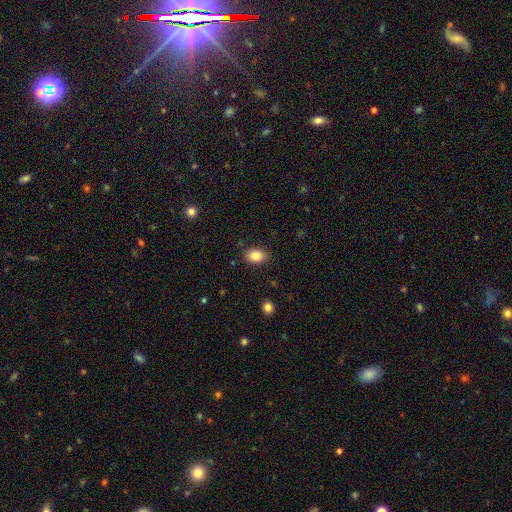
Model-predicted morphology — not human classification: smooth 84%, star or artifact 9%, featured or disk 7%. Down the decision tree: how rounded — in between (74%); merging — none (85%).